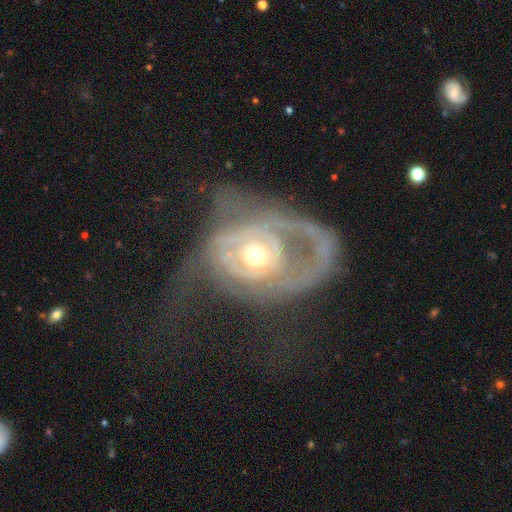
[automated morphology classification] Overall: featured or disk (80%). Edge-on disk: no (96%). Bar: no (79%). Spiral arms: yes (70%; no 30%). Spiral arm count: can't tell (32%; 2 31%). Spiral winding: tight (42%; medium 34%). Bulge size: moderate (69%). Merging: major disturbance (62%).